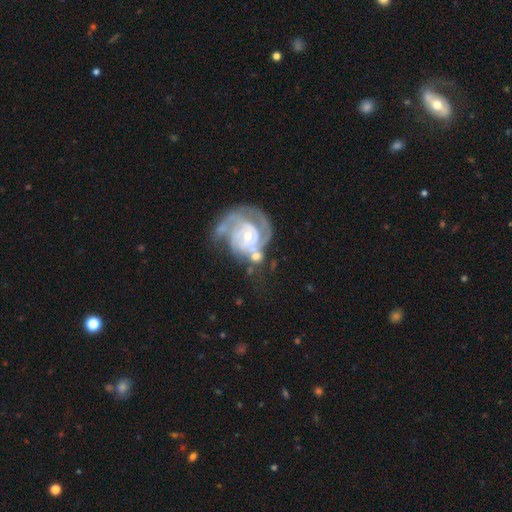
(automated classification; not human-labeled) Morphology: type=featured or disk (86%); edge-on=no (98%); bar=no (65%); spiral arms=yes (93%); winding=tight (63%); arm count=2 (38%); bulge=moderate (48%); merging=none (37%).